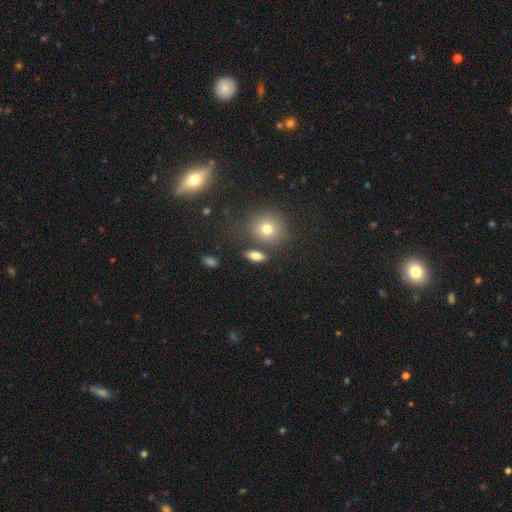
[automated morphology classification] smooth-or-featured: smooth: 77% | featured or disk: 12% | star or artifact: 11%
  how-rounded: in between: 68% | cigar-shaped: 17% | round: 15%
  merging: none: 78% | minor disturbance: 10% | merger: 8% | major disturbance: 4%